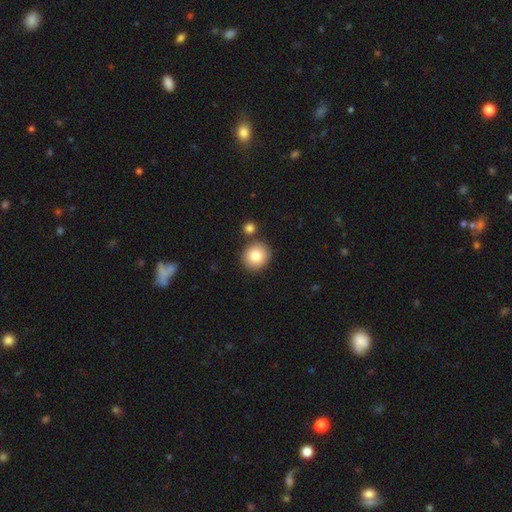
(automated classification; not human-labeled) A smooth galaxy with no disk features (83%) that is round (87%). Merging: none (79%).